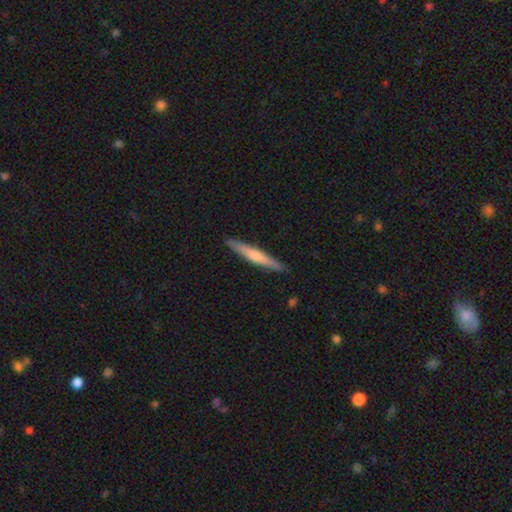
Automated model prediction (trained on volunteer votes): The model was most divided on "smooth or featured": smooth: 53%, featured or disk: 42%, star or artifact: 5%. More confident: how rounded — cigar-shaped (95%); merging — none (90%).